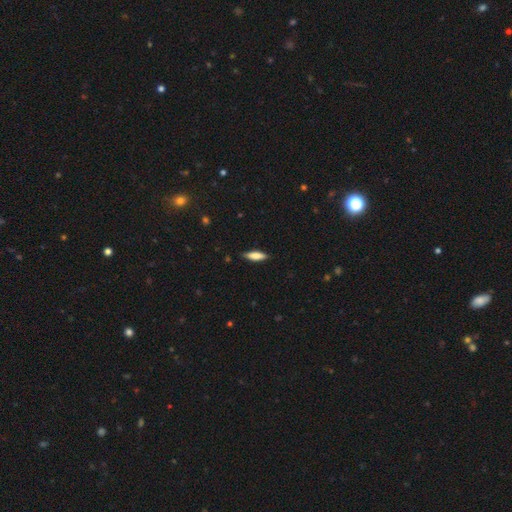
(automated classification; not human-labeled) smooth-or-featured: smooth: 71% | featured or disk: 23% | star or artifact: 6%
  how-rounded: cigar-shaped: 55% | in between: 43% | round: 2%
  merging: none: 86% | minor disturbance: 11% | major disturbance: 2% | merger: 1%